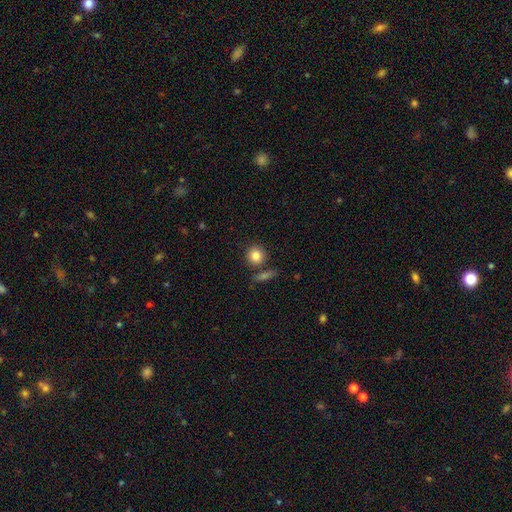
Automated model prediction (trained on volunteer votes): Smooth or featured? smooth (82%)
How rounded? round (89%)
Merging? none (76%)